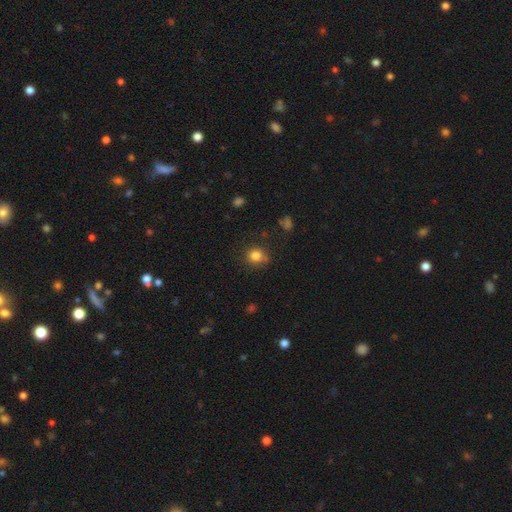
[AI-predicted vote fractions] Morphology: type=smooth (82%); roundness=round (88%); merging=none (78%).